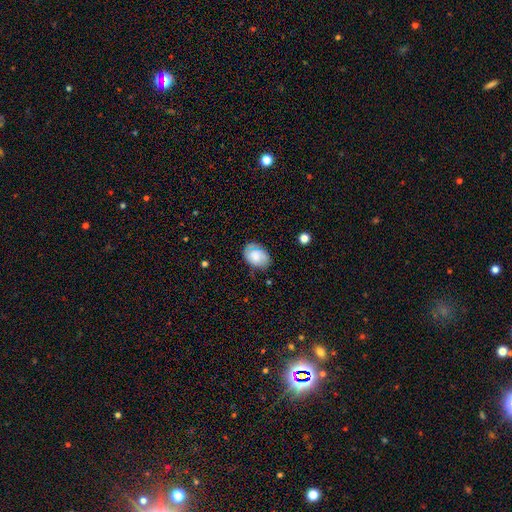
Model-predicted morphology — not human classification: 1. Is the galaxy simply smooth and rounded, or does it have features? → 62% smooth, 30% featured or disk, 8% star or artifact.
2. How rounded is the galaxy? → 79% in between, 20% round, 1% cigar-shaped.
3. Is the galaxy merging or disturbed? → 69% none, 23% minor disturbance, 6% major disturbance, 2% merger.